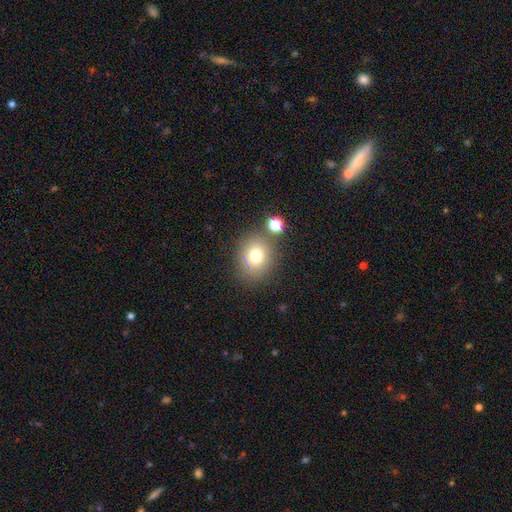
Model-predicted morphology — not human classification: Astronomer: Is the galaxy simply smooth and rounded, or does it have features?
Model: smooth — 74%.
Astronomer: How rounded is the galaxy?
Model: round — 64%.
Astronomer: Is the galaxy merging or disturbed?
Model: none — 72%.